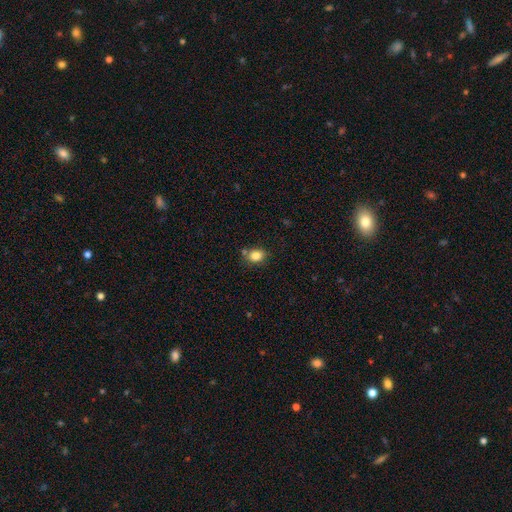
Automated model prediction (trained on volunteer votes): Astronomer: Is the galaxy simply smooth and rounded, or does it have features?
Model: smooth — 84%.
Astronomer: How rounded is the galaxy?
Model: in between — 50% (runner-up: round, 49%).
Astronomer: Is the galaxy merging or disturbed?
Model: none — 71%.